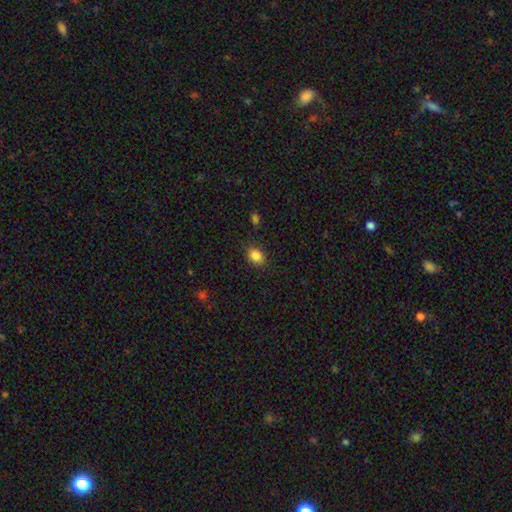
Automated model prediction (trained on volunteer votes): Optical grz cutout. It shows a smooth galaxy with no disk features (85%) that is in between round and cigar-shaped (65%). Merging: none (85%).